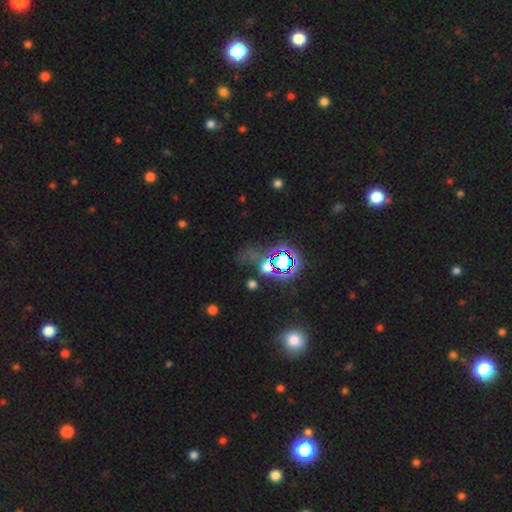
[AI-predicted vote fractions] Overall: star or artifact (72%).